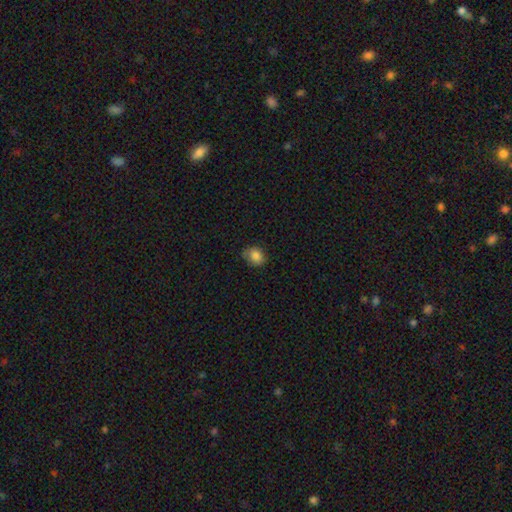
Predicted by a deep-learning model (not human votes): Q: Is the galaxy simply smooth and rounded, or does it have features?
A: smooth — 84%.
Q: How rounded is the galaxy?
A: round — 51%.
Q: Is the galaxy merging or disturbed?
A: none — 70%.